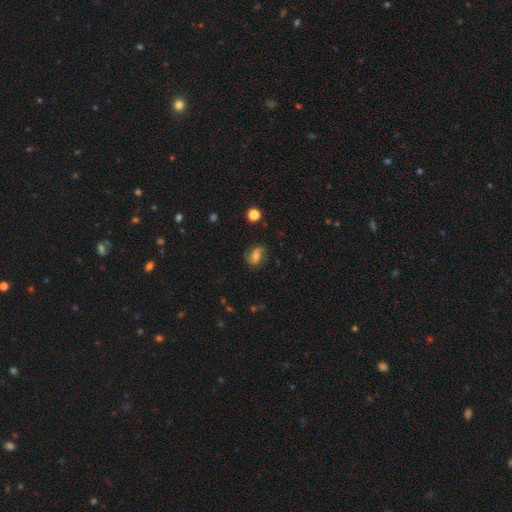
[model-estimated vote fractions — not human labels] Smooth or featured: featured or disk — 53% (smooth — 35%)
Edge-on disk: no — 96% (yes — 4%)
Bar: no — 49% (weak — 37%)
Spiral arms: yes — 89% (no — 11%)
Bulge size: moderate — 55% (small — 32%)
Merging: none — 75% (minor disturbance — 17%)